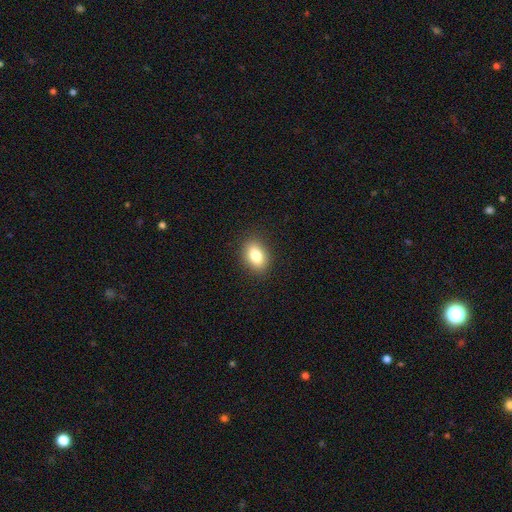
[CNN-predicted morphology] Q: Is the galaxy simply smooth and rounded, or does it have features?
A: smooth — 82%.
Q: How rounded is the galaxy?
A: in between — 81%.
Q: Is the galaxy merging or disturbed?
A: none — 89%.